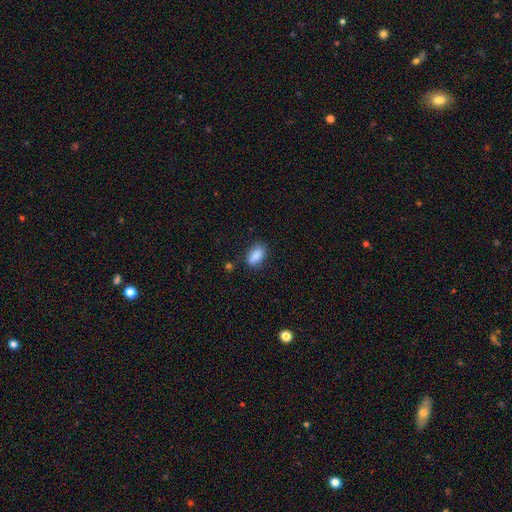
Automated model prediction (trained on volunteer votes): A smooth galaxy with no disk features (87%) that is in between round and cigar-shaped (88%). Merging: none (77%).